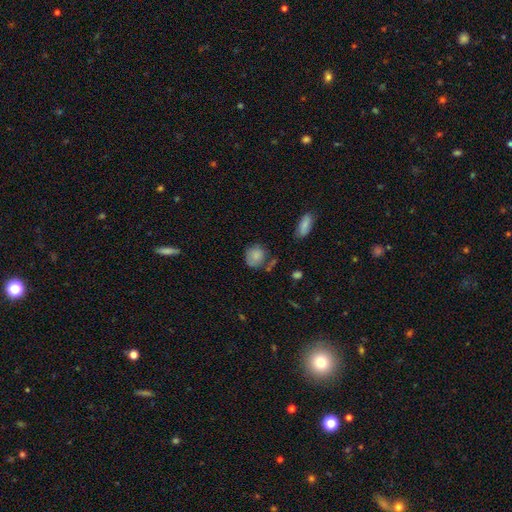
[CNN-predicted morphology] A smooth galaxy with no disk features (81%) that is round (72%). Merging: none (60%).